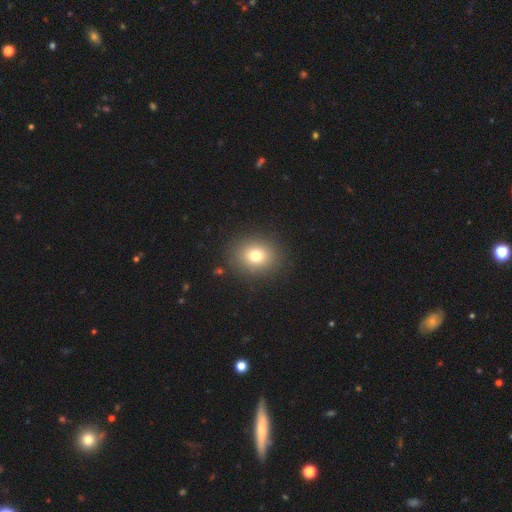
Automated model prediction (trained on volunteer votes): A smooth galaxy with no disk features (76%) that is round (68%).

Vote fractions:
- Smooth or featured? smooth: 76% / star or artifact: 13% / featured or disk: 10%
- How rounded? round: 68% / in between: 31% / cigar-shaped: 1%
- Merging? none: 89% / minor disturbance: 7% / major disturbance: 3% / merger: 1%